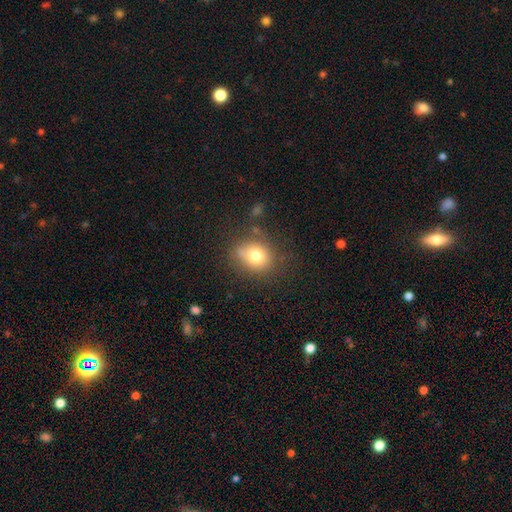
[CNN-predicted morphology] type=smooth (75%); roundness=round (62%); merging=none (66%).